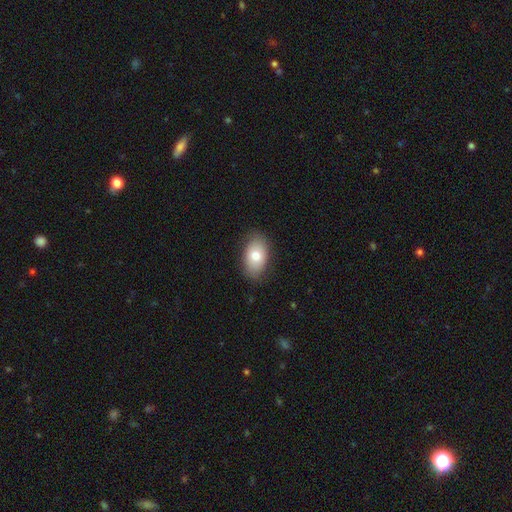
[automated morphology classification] smooth 76%, featured or disk 16%, star or artifact 8%. Down the decision tree: how rounded — in between (90%); merging — none (83%).